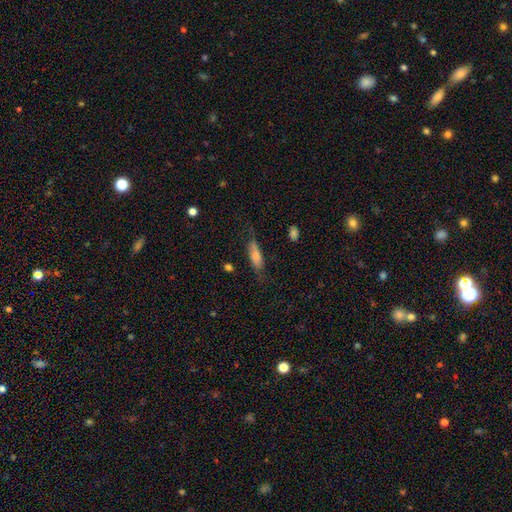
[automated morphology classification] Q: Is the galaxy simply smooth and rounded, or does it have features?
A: smooth — 75%.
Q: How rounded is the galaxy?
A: in between — 50%.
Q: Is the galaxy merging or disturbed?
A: none — 67%.